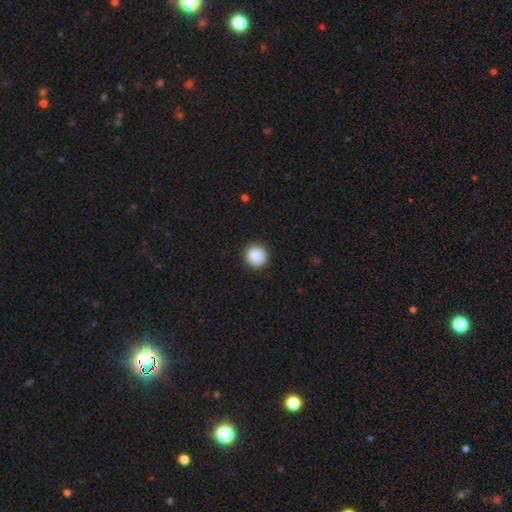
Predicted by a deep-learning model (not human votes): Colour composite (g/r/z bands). It shows a smooth galaxy with no disk features (88%) that is round (94%). Merging: none (91%).